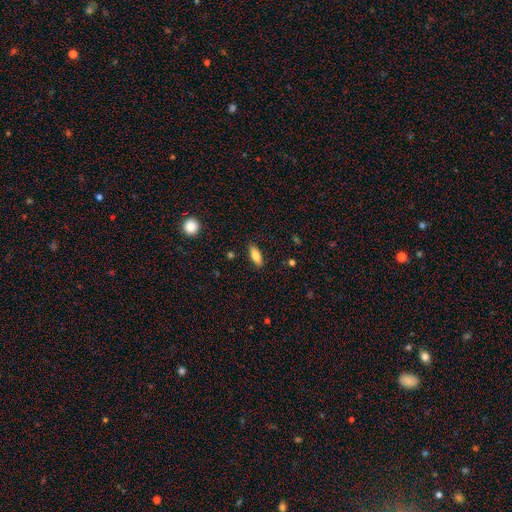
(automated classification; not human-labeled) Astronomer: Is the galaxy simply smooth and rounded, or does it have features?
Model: smooth — 78%.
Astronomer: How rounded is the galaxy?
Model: in between — 74%.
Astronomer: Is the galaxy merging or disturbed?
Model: none — 87%.